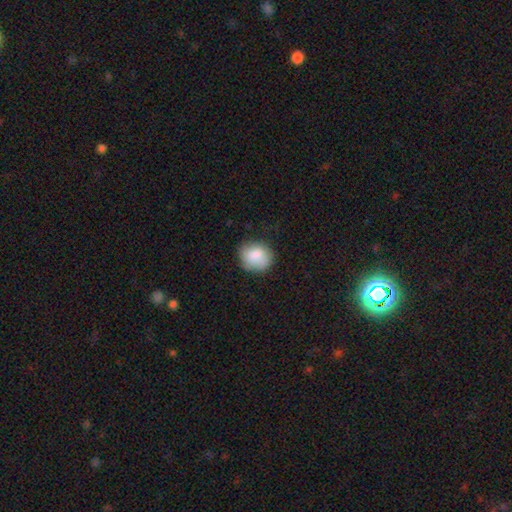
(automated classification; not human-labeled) A smooth galaxy with no disk features (83%) that is round (75%).

Vote fractions:
- Smooth or featured? smooth: 83% / featured or disk: 10% / star or artifact: 7%
- How rounded? round: 75% / in between: 24% / cigar-shaped: 1%
- Merging? none: 75% / minor disturbance: 19% / major disturbance: 5% / merger: 2%